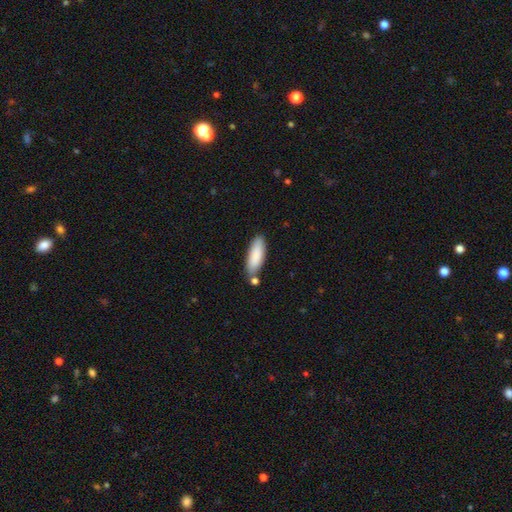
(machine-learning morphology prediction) A smooth galaxy with no disk features (87%) that is in between round and cigar-shaped (59%). Merging: none (73%).